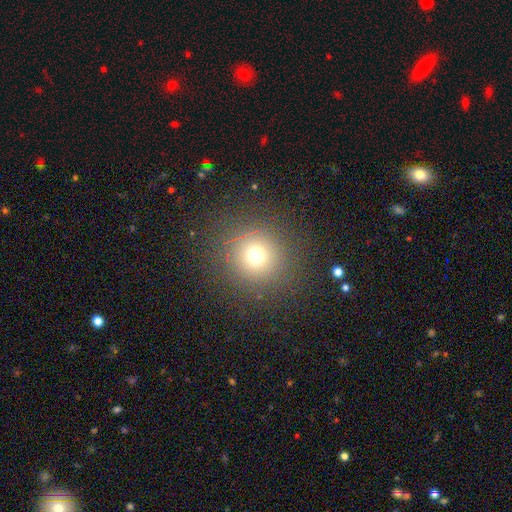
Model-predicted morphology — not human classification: Smooth or featured: smooth — 69% (star or artifact — 22%)
How rounded: round — 93% (in between — 6%)
Merging: none — 87% (minor disturbance — 7%)